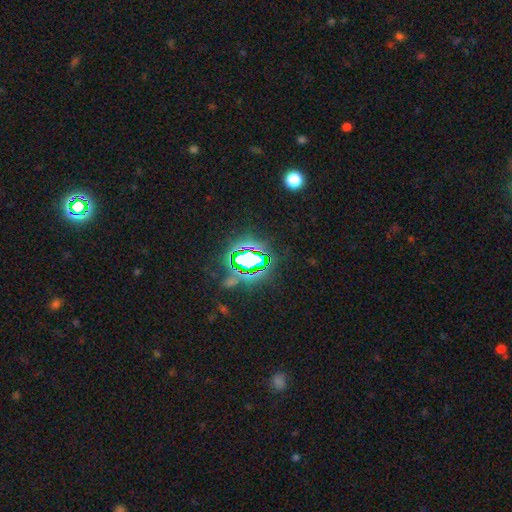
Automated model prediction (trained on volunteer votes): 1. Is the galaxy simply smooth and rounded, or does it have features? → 80% star or artifact, 12% smooth, 8% featured or disk.